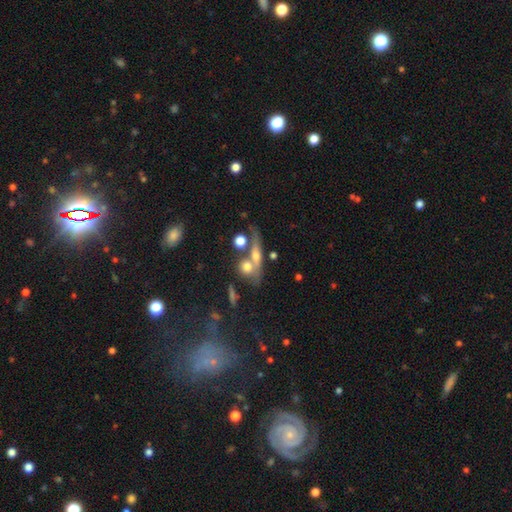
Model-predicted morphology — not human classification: type=smooth (48%); merging=none (46%).